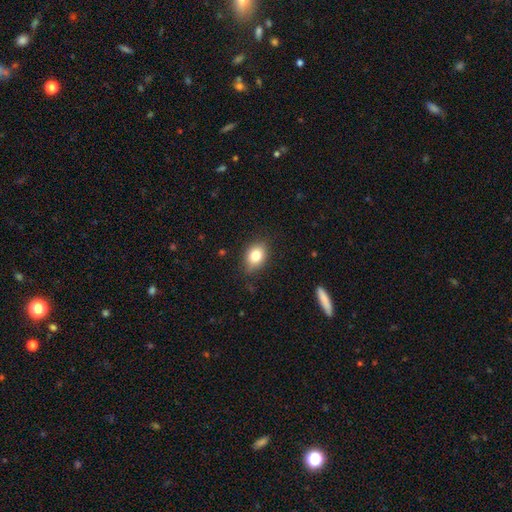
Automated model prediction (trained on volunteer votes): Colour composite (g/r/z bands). It shows a smooth galaxy with no disk features (80%) that is in between round and cigar-shaped (69%). Merging: none (81%).